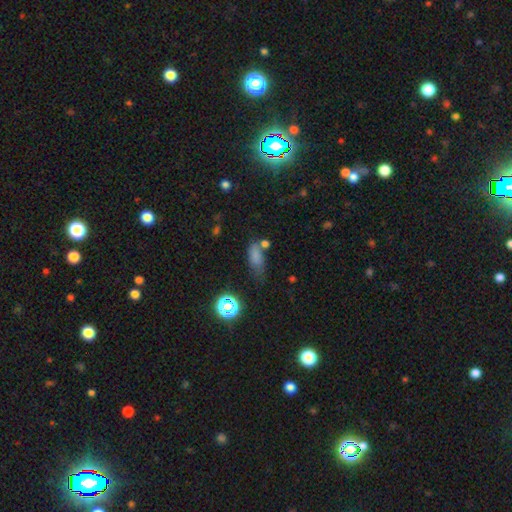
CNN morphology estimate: Q: Smooth or featured?
A: smooth (76%); runner-up: star or artifact (15%)
Q: How rounded?
A: in between (75%); runner-up: cigar-shaped (16%)
Q: Merging?
A: none (47%); runner-up: minor disturbance (27%)